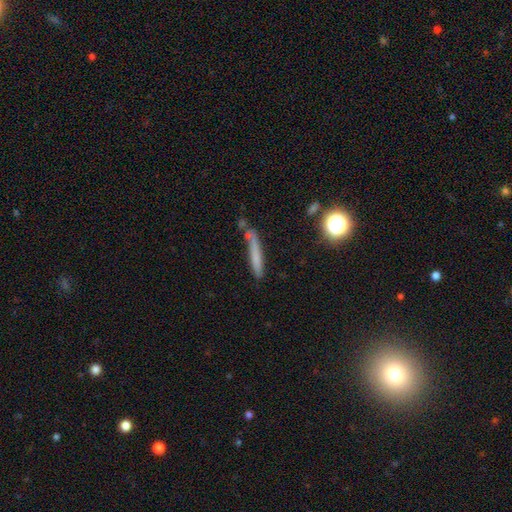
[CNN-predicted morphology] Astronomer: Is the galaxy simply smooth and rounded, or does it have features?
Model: smooth — 63%.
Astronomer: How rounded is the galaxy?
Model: cigar-shaped — 92%.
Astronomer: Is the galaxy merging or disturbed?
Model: none — 63%.